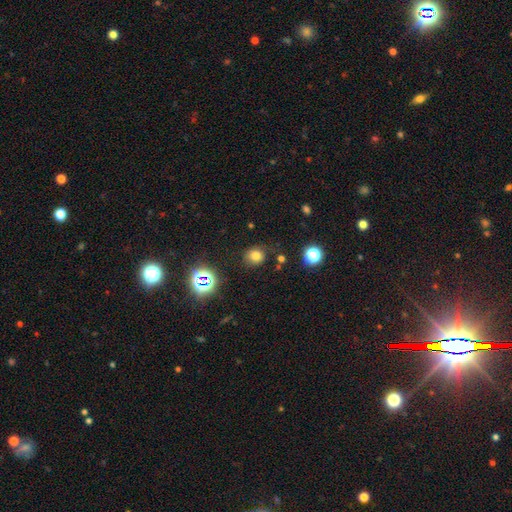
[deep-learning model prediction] The model was most divided on "smooth or featured": smooth: 72%, star or artifact: 20%, featured or disk: 7%. More confident: merging — none (78%); how rounded — round (78%).